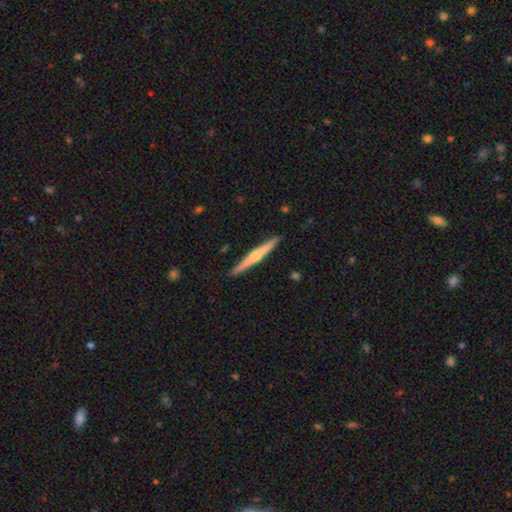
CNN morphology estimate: Smooth or featured? Predicted: featured or disk (p=0.65). Edge-on disk? Predicted: yes (p=0.98). Edge-on bulge? Predicted: rounded (p=0.82). Merging? Predicted: none (p=0.91).